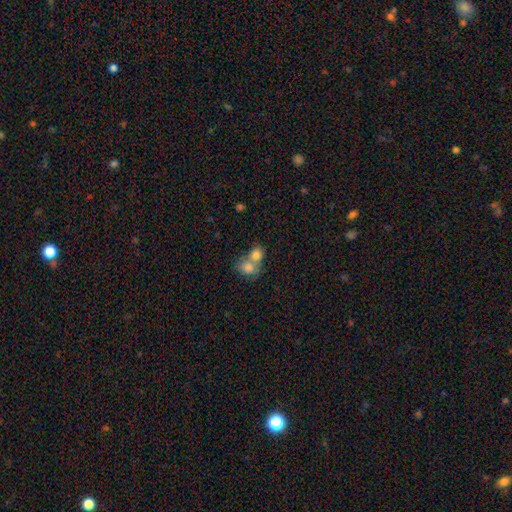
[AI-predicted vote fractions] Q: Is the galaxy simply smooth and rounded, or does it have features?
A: smooth — 80%.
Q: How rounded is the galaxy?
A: round — 61%.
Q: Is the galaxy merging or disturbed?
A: merger — 68%.